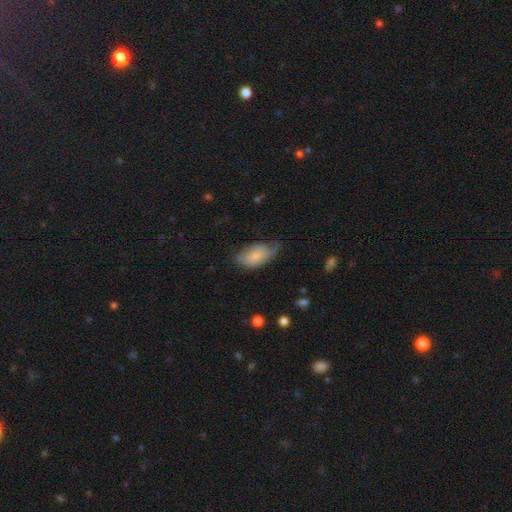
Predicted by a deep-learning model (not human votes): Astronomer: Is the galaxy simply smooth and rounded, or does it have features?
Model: smooth — 63%.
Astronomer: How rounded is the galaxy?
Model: in between — 92%.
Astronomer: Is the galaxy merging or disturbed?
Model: none — 41% (runner-up: minor disturbance, 39%).